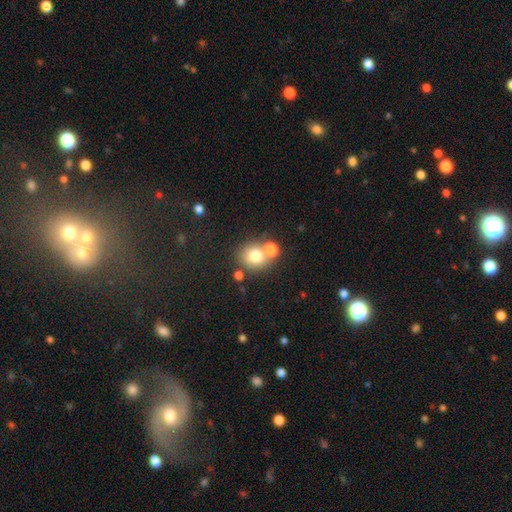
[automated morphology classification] type=smooth (74%); roundness=round (76%); merging=none (54%).